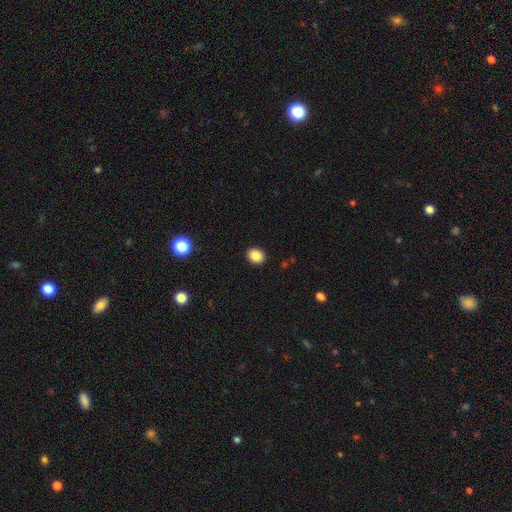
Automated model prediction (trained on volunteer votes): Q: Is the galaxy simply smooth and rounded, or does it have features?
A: smooth — 86%.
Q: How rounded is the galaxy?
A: round — 57%.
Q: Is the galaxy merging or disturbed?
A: none — 92%.